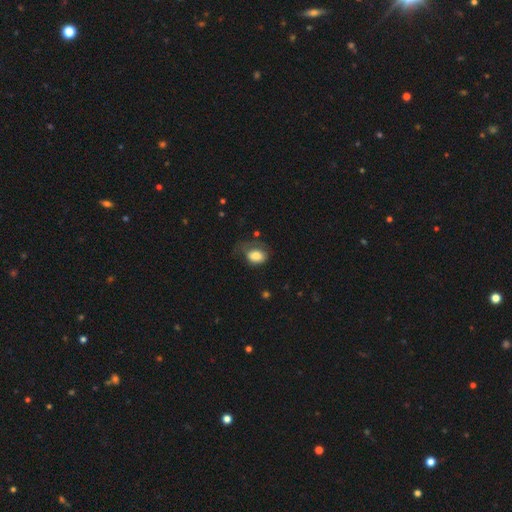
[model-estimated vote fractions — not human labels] This is likely a smooth galaxy (79%). How rounded: likely in between (72%). Merging: marginally none (36%).